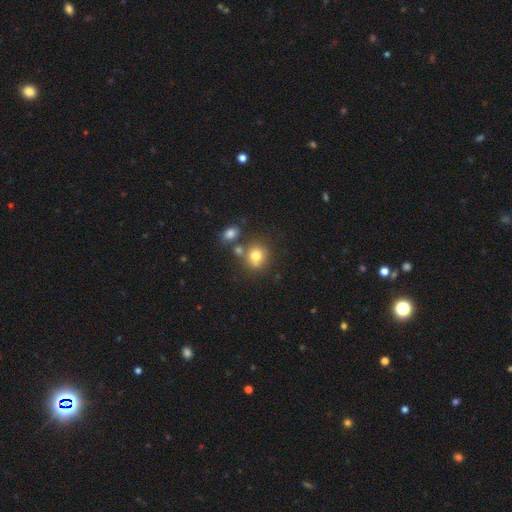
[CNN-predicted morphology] The model was most divided on "merging": none: 59%, merger: 24%, minor disturbance: 13%, major disturbance: 5%. More confident: how rounded — round (78%); smooth or featured — smooth (75%).